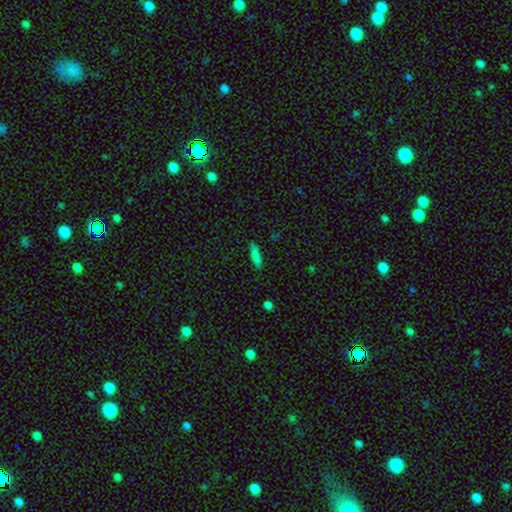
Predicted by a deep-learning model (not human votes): Morphology: type=smooth (83%); roundness=cigar-shaped (78%); merging=none (88%).